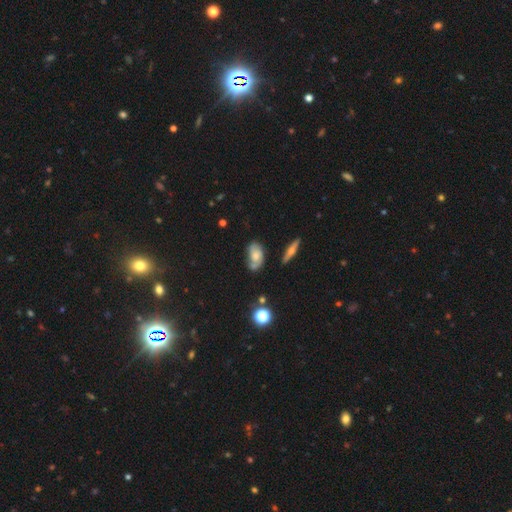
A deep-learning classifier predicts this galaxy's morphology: This is possibly a featured or disk galaxy (49%). Merging: possibly none (48%).